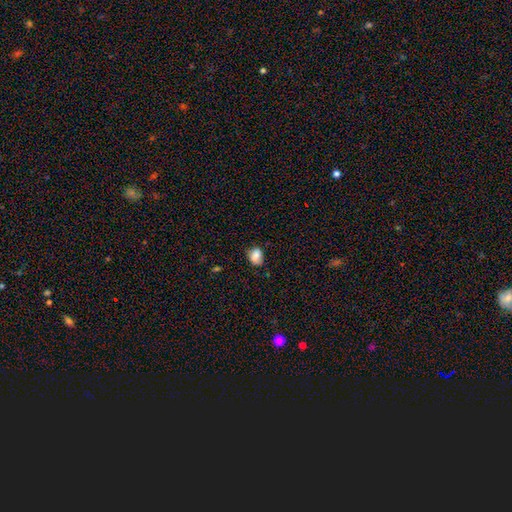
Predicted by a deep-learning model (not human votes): Smooth or featured? Predicted: smooth (p=0.80). How rounded? Predicted: in between (p=0.61). Merging? Predicted: none (p=0.63).